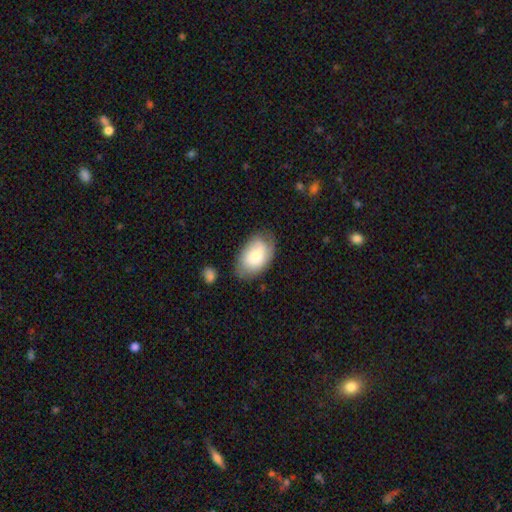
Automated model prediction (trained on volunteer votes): smooth-or-featured: smooth: 63% | featured or disk: 30% | star or artifact: 7%
  how-rounded: in between: 90% | round: 8% | cigar-shaped: 1%
  merging: none: 68% | minor disturbance: 22% | major disturbance: 6% | merger: 3%